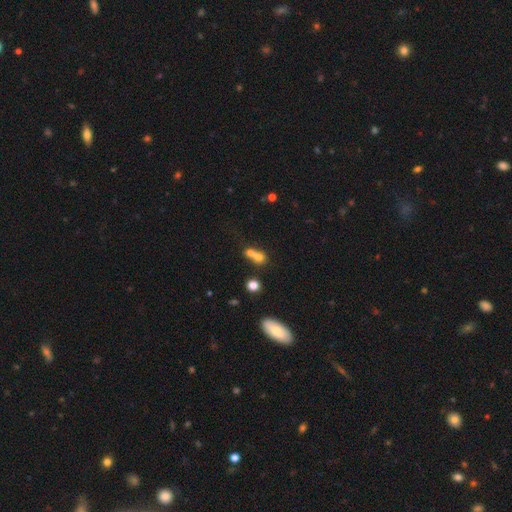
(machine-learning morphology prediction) smooth-or-featured: smooth: 66% | featured or disk: 19% | star or artifact: 15%
  how-rounded: round: 48% | in between: 37% | cigar-shaped: 15%
  merging: merger: 56% | none: 29% | minor disturbance: 8% | major disturbance: 7%